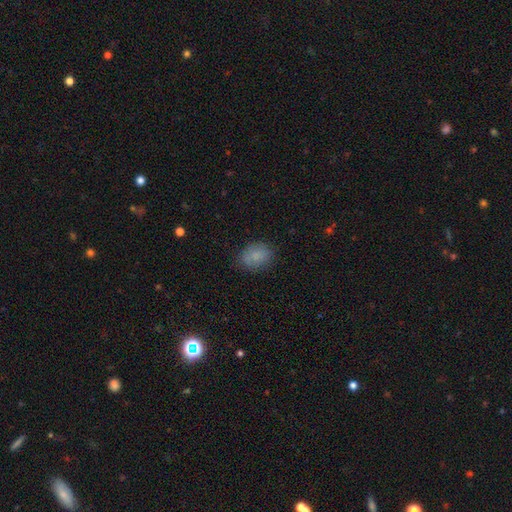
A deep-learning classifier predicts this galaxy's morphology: A smooth galaxy with no disk features (82%) that is in between round and cigar-shaped (67%).

Vote fractions:
- Smooth or featured? smooth: 82% / star or artifact: 9% / featured or disk: 9%
- How rounded? in between: 67% / round: 31% / cigar-shaped: 1%
- Merging? none: 80% / minor disturbance: 15% / major disturbance: 4% / merger: 1%